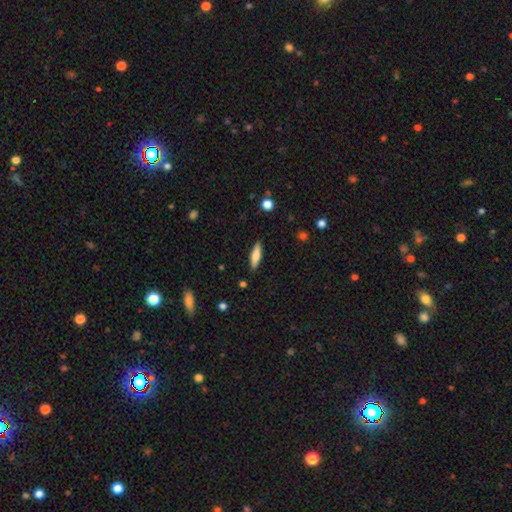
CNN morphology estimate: smooth 68%, featured or disk 26%, star or artifact 6%. Down the decision tree: how rounded — cigar-shaped (62%); merging — none (89%).